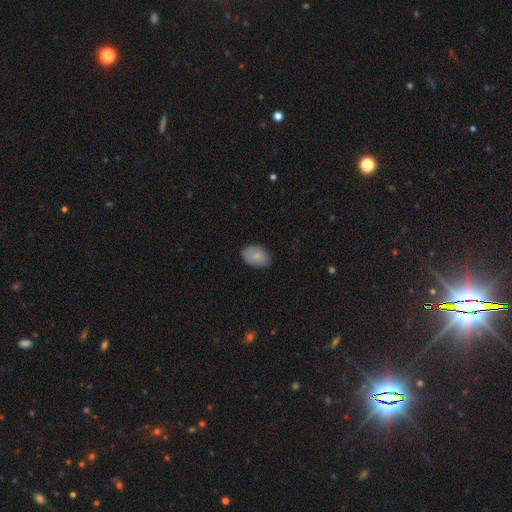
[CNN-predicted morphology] This appears to be a smooth galaxy with no disk features (84%) that is in between round and cigar-shaped (84%). Merging: none (84%).